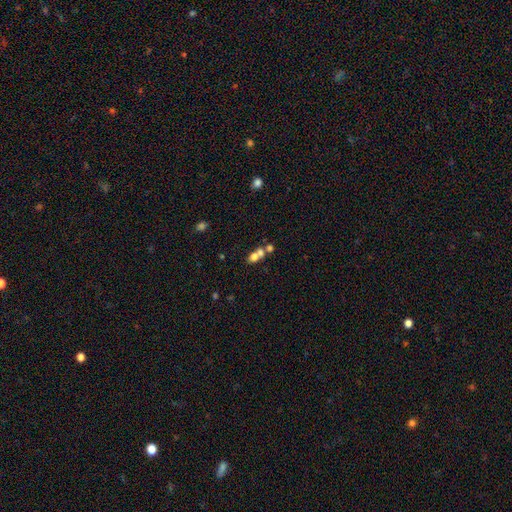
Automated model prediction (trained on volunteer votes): This is likely a smooth galaxy (67%). How rounded: possibly in between (55%). Merging: possibly merger (59%).